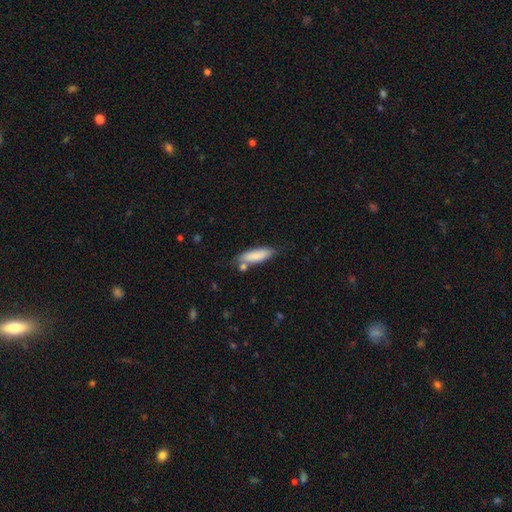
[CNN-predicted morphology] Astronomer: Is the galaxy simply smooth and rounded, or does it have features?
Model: smooth — 84%.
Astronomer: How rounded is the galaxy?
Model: cigar-shaped — 51% (runner-up: in between, 48%).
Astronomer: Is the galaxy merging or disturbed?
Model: none — 64%.